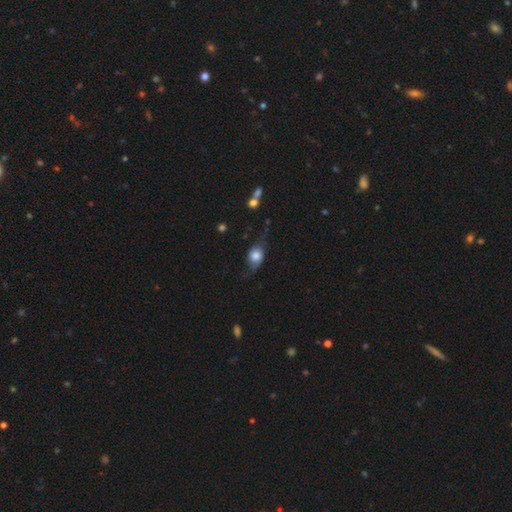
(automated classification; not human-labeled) Morphology: type=smooth (58%); roundness=in between (55%); merging=none (50%).